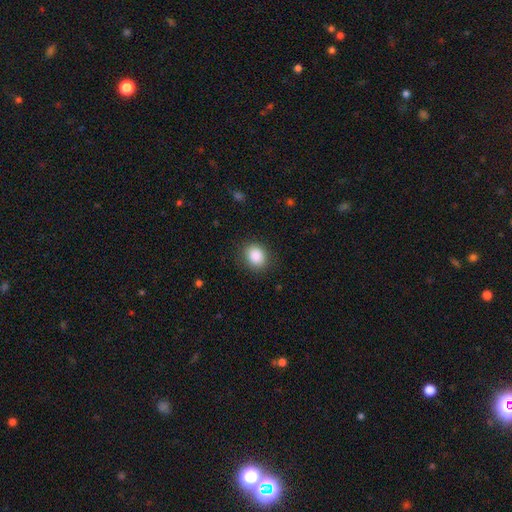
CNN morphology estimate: This is clearly a smooth galaxy (88%). How rounded: possibly round (57%). Merging: clearly none (87%).